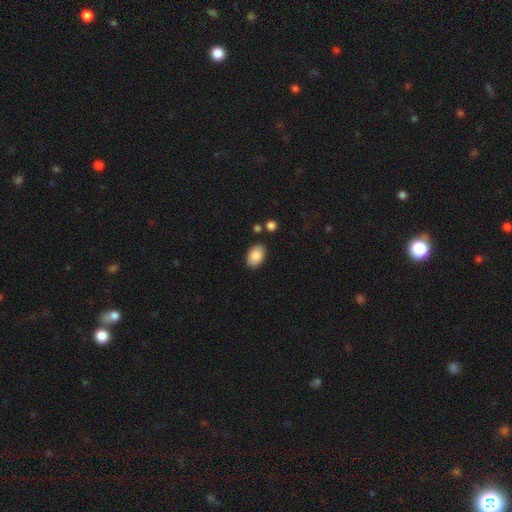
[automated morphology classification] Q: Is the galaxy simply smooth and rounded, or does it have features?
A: smooth — 85%.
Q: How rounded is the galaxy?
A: in between — 91%.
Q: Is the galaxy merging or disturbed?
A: none — 84%.